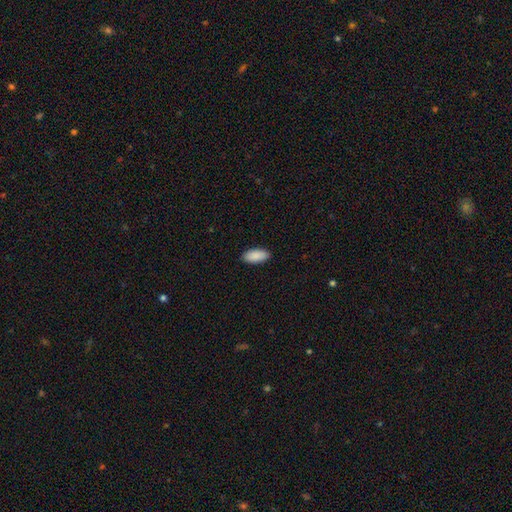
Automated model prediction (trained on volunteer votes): smooth_or_featured: smooth (p=0.91) [alt: star or artifact p=0.06]
how_rounded: in between (p=0.91) [alt: cigar-shaped p=0.07]
merging: none (p=0.90) [alt: minor disturbance p=0.08]